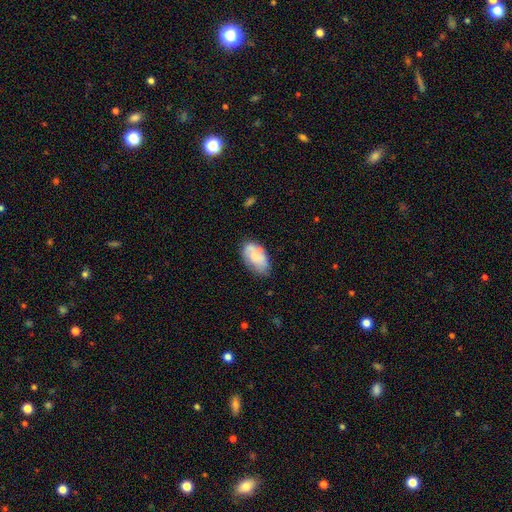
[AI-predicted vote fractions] Smooth or featured? smooth (64%)
How rounded? in between (93%)
Merging? none (60%)